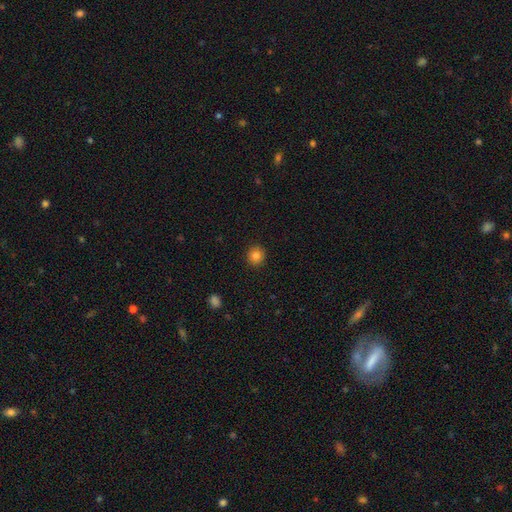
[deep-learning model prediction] A smooth galaxy with no disk features (84%) that is round (92%). Merging: none (92%).